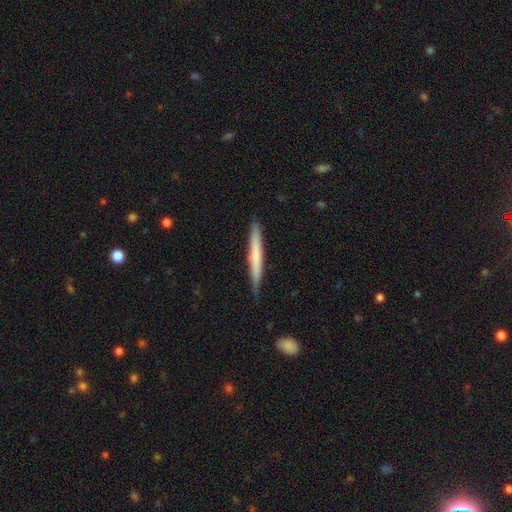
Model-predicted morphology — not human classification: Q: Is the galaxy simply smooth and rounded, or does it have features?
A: smooth — 61%.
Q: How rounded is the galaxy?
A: cigar-shaped — 97%.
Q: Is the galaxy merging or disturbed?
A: none — 87%.